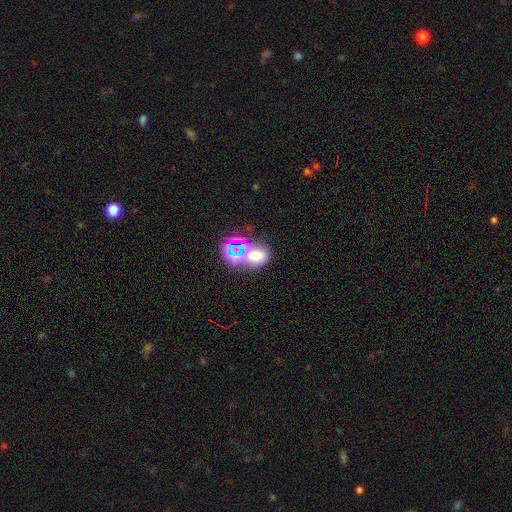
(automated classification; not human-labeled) The model was most divided on "how rounded": in between: 50%, round: 49%, cigar-shaped: 1%. Remaining: smooth or featured — smooth (53%); merging — none (50%).